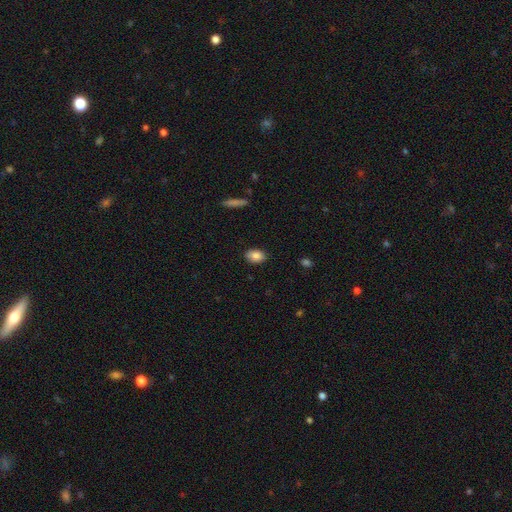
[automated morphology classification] A smooth galaxy with no disk features (85%) that is in between round and cigar-shaped (83%). Merging: none (86%).